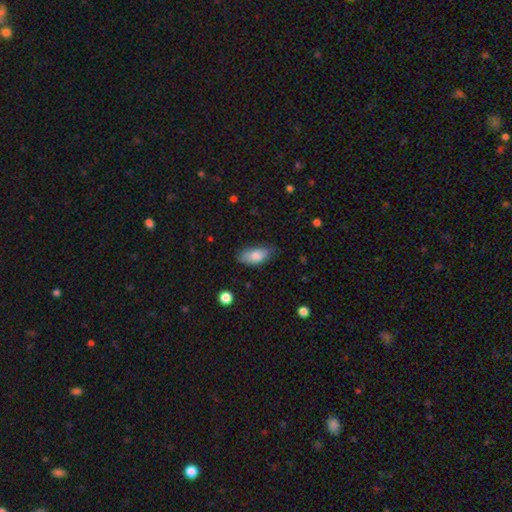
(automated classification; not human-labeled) smooth-or-featured: smooth: 83% | featured or disk: 11% | star or artifact: 7%
  how-rounded: in between: 89% | cigar-shaped: 9% | round: 3%
  merging: none: 70% | minor disturbance: 24% | major disturbance: 5% | merger: 1%